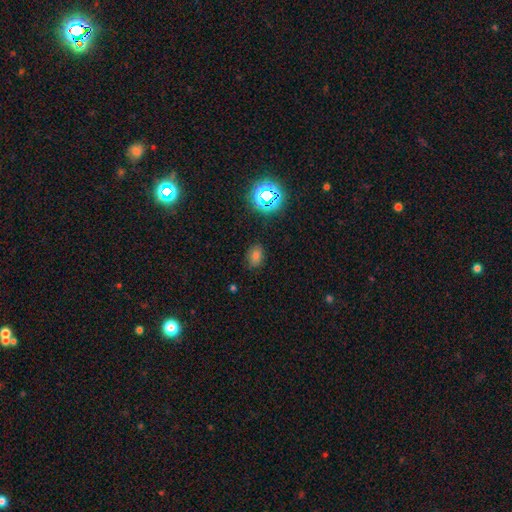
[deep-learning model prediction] The model was most divided on "how rounded": in between: 67%, round: 31%, cigar-shaped: 1%. More confident: merging — none (84%); smooth or featured — smooth (70%).